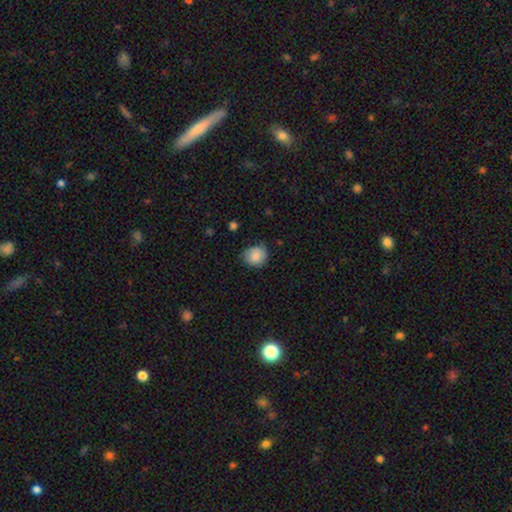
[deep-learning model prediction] Smooth or featured?
  - smooth: 82% *
  - featured or disk: 11%
  - star or artifact: 8%
How rounded?
  - round: 72% *
  - in between: 27%
  - cigar-shaped: 1%
Merging?
  - none: 62% *
  - minor disturbance: 31%
  - major disturbance: 6%
  - merger: 1%